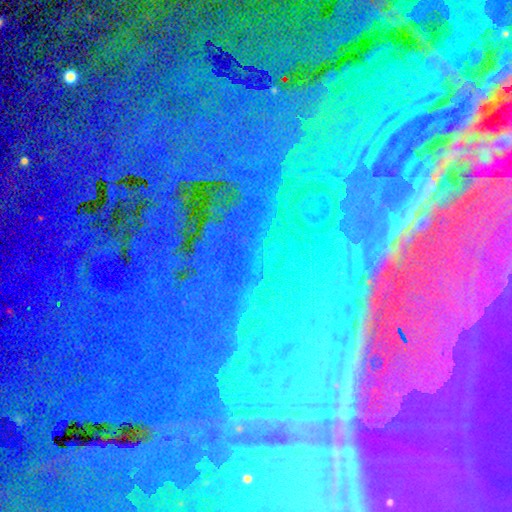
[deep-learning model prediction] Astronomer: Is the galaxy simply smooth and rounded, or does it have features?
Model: star or artifact — 83%.